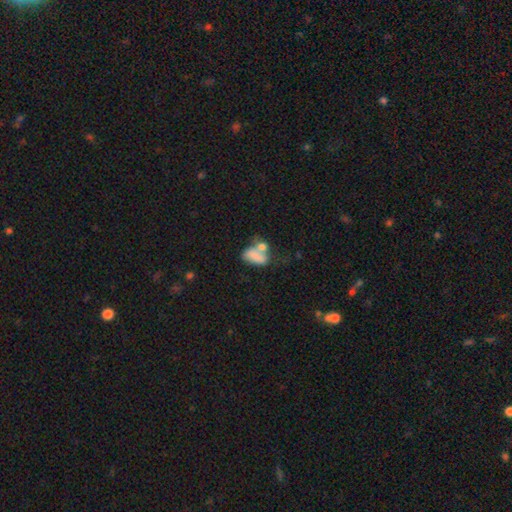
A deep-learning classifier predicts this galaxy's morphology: Smooth or featured: smooth — 73% (featured or disk — 18%)
How rounded: in between — 84% (round — 11%)
Merging: merger — 50% (none — 23%)